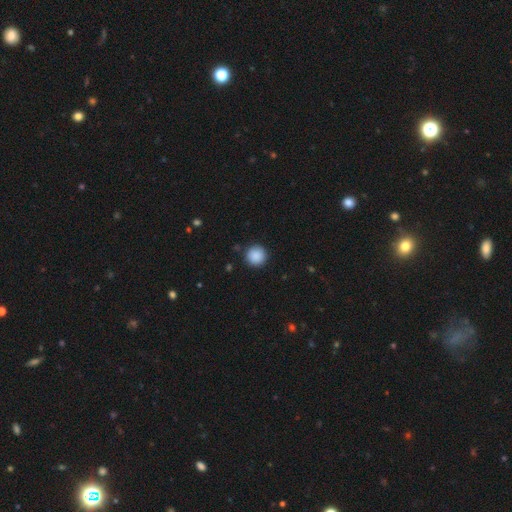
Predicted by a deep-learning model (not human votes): Morphology: type=smooth (88%); roundness=round (96%); merging=none (90%).